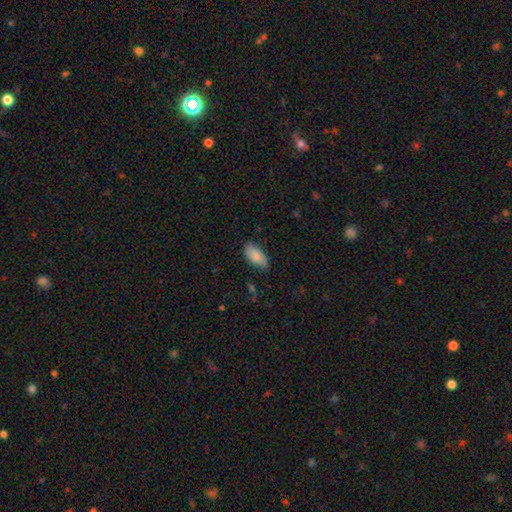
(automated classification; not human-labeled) Overall: smooth (86%). How rounded: in between (93%). Merging: none (77%).